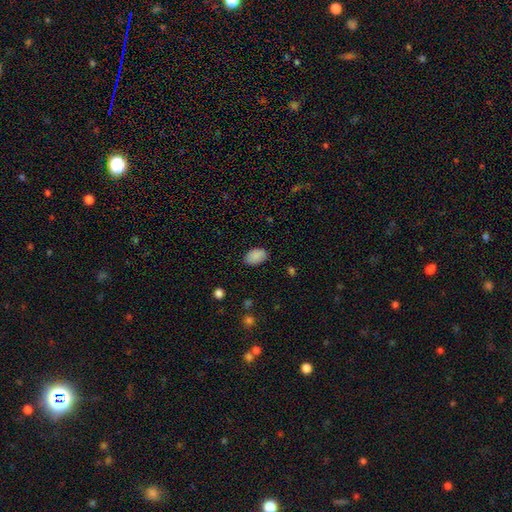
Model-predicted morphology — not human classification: smooth 89%, star or artifact 8%, featured or disk 4%. Down the decision tree: how rounded — in between (92%); merging — none (83%).